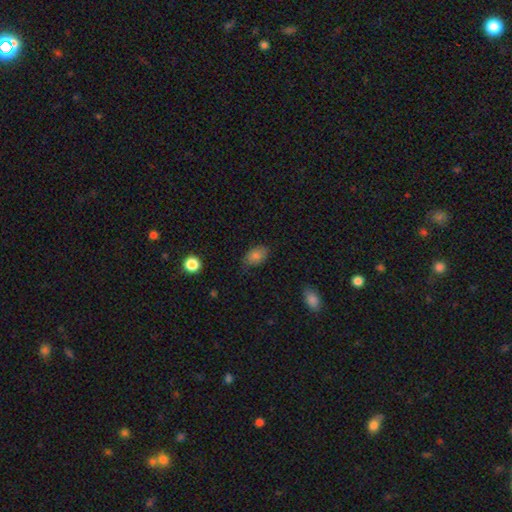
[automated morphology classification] This appears to be a smooth galaxy with no disk features (80%) that is in between round and cigar-shaped (87%). Merging: none (69%).